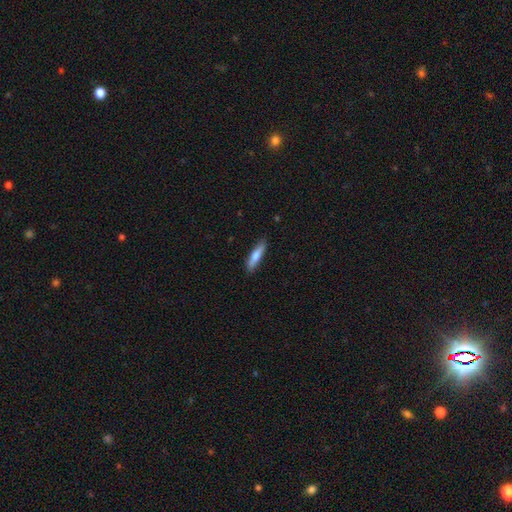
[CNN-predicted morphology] The model was most divided on "smooth or featured": smooth: 73%, featured or disk: 22%, star or artifact: 6%. More confident: merging — none (86%); how rounded — cigar-shaped (77%).